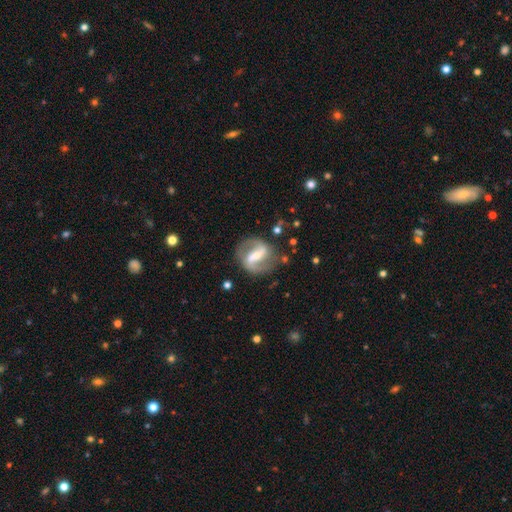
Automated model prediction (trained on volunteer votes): Overall: featured or disk (85%). Edge-on disk: no (96%). Bar: strong (56%; weak 33%). Spiral arms: yes (91%). Spiral arm count: 2 (90%). Spiral winding: medium (48%; loose 36%). Bulge size: small (44%, tied with moderate). Merging: none (78%).